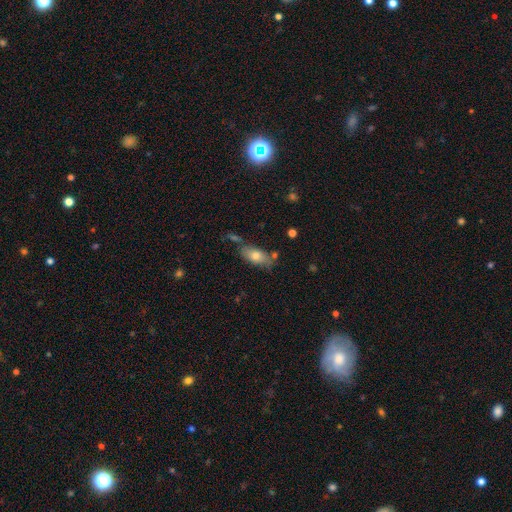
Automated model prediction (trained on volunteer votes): Q: Smooth or featured?
A: smooth (73%); runner-up: featured or disk (19%)
Q: How rounded?
A: in between (86%); runner-up: cigar-shaped (9%)
Q: Merging?
A: none (65%); runner-up: minor disturbance (18%)